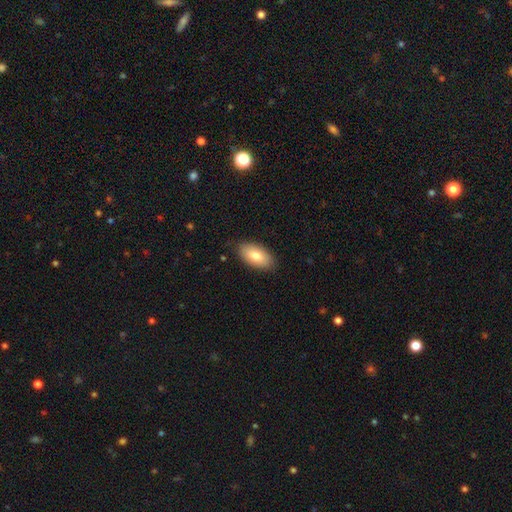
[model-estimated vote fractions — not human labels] The model was most divided on "smooth or featured": smooth: 80%, featured or disk: 14%, star or artifact: 6%. More confident: how rounded — in between (94%); merging — none (85%).